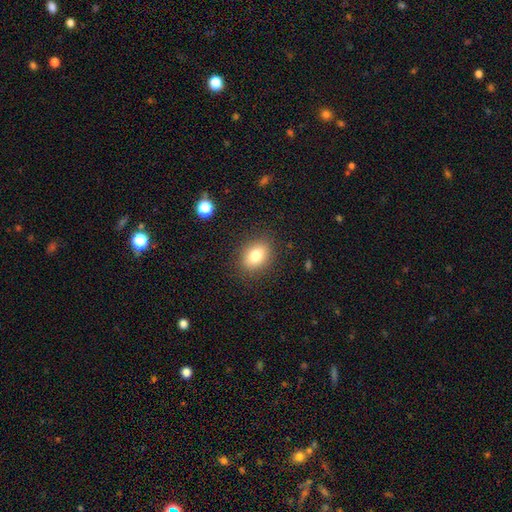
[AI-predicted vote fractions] Q: Smooth or featured?
A: smooth (81%); runner-up: star or artifact (10%)
Q: How rounded?
A: in between (69%); runner-up: round (29%)
Q: Merging?
A: none (86%); runner-up: minor disturbance (10%)